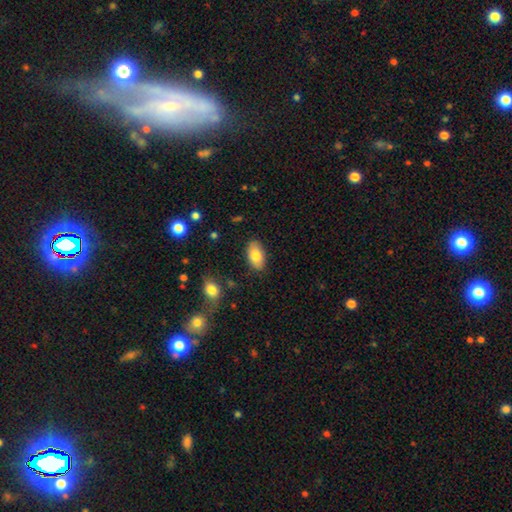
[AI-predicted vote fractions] Overall: smooth (80%). How rounded: in between (94%). Merging: none (85%).